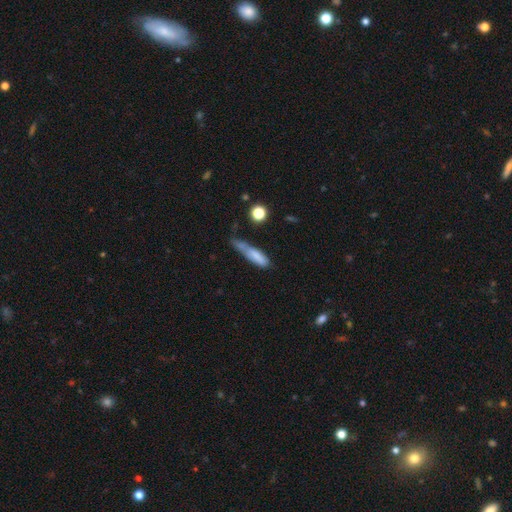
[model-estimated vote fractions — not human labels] Smooth or featured: smooth — 73% (featured or disk — 19%)
How rounded: cigar-shaped — 72% (in between — 25%)
Merging: minor disturbance — 36% (none — 31%)